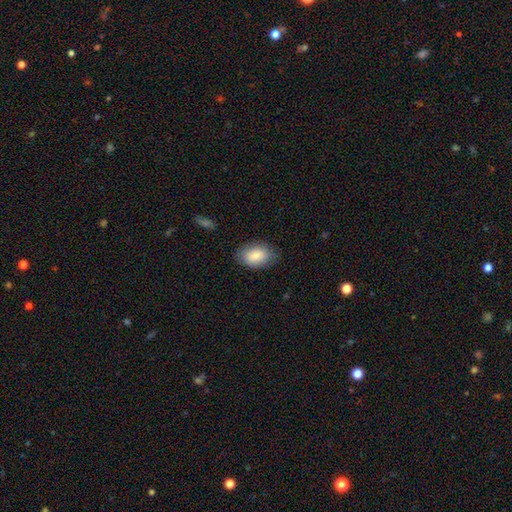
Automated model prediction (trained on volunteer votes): Morphology: type=smooth (86%); roundness=in between (88%); merging=none (81%).